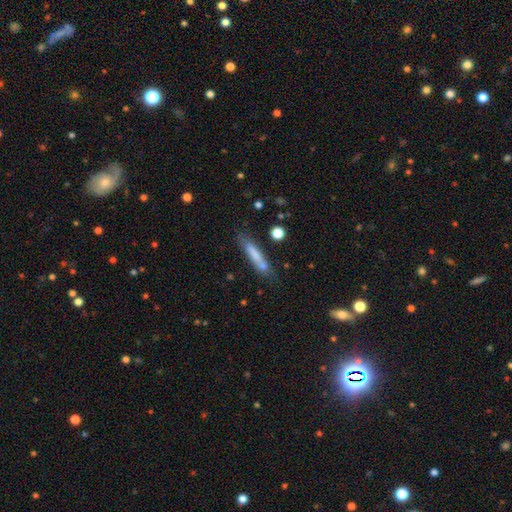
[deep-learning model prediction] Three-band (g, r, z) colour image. It shows a smooth galaxy with no disk features (69%) that is cigar-shaped (89%). Merging: none (69%).